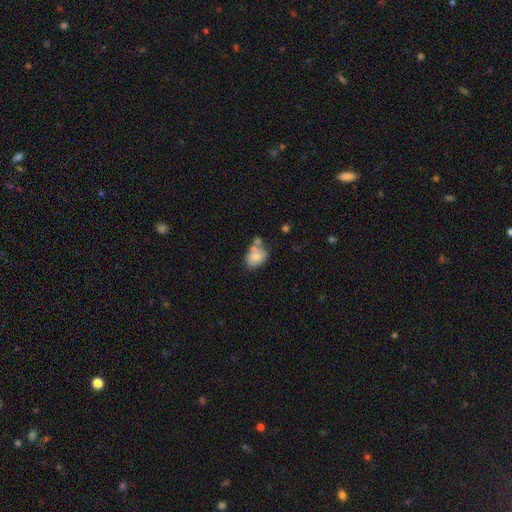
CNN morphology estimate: Q: Smooth or featured?
A: smooth (78%); runner-up: featured or disk (14%)
Q: How rounded?
A: in between (67%); runner-up: round (32%)
Q: Merging?
A: none (43%); runner-up: merger (31%)